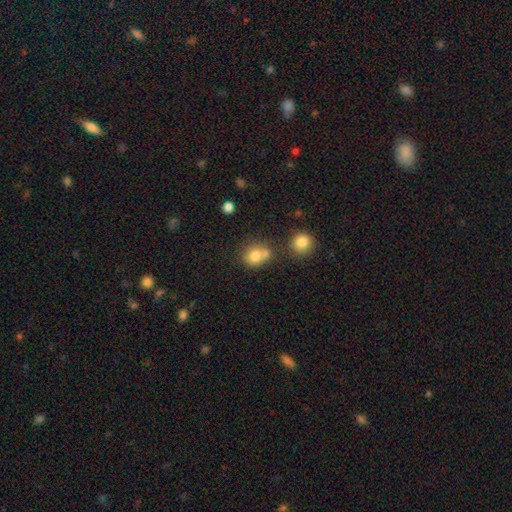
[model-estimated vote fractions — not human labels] smooth-or-featured: smooth: 79% | star or artifact: 11% | featured or disk: 10%
  how-rounded: round: 74% | in between: 25% | cigar-shaped: 1%
  merging: none: 46% | merger: 39% | minor disturbance: 11% | major disturbance: 4%